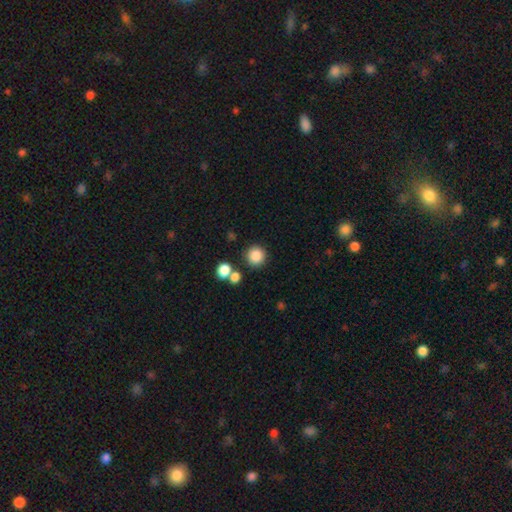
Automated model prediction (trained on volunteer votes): Smooth or featured?
  - smooth: 85% *
  - star or artifact: 10%
  - featured or disk: 5%
How rounded?
  - round: 93% *
  - in between: 6%
  - cigar-shaped: 1%
Merging?
  - none: 79% *
  - merger: 10%
  - minor disturbance: 8%
  - major disturbance: 3%